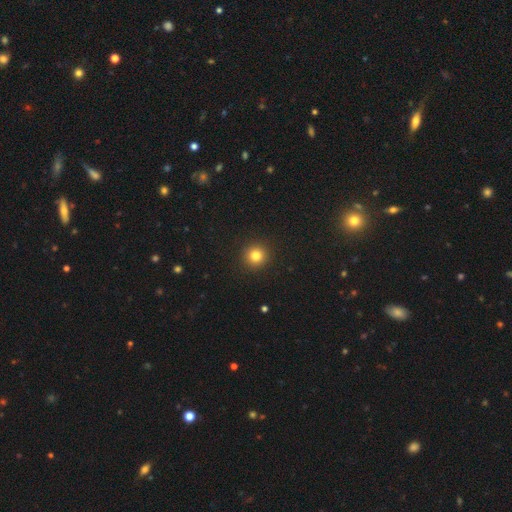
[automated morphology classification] Overall: smooth (82%). How rounded: round (95%). Merging: none (93%).